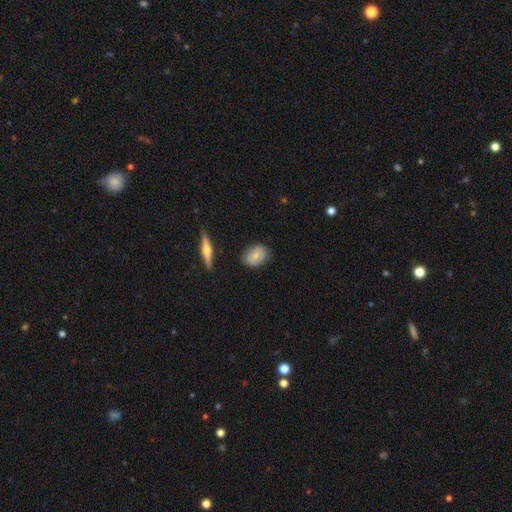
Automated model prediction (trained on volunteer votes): This appears to be a smooth galaxy with no disk features (73%) that is in between round and cigar-shaped (75%). Merging: none (83%).